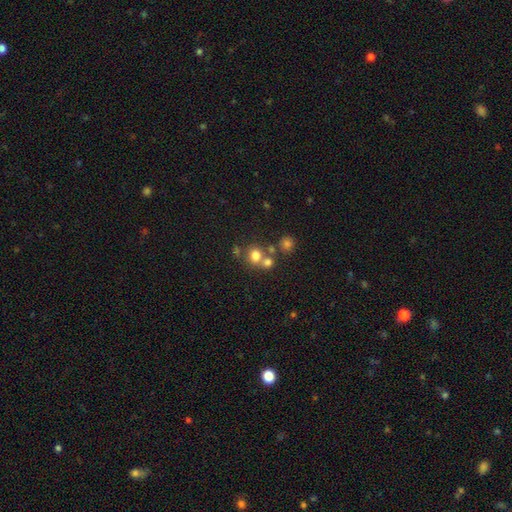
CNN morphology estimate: The model was most divided on "merging": none: 52%, merger: 34%, minor disturbance: 9%, major disturbance: 4%. More confident: how rounded — round (78%); smooth or featured — smooth (72%).